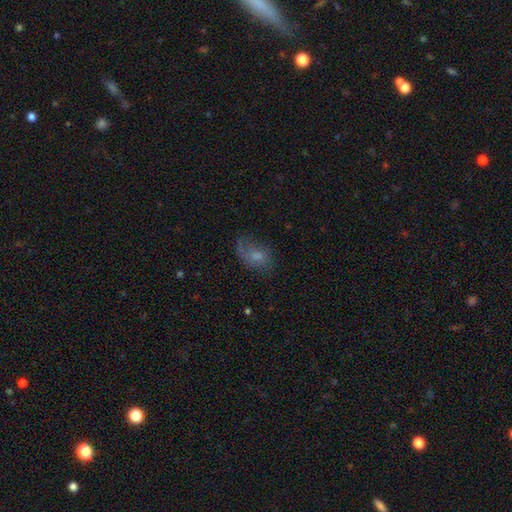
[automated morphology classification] smooth-or-featured: smooth: 51% | featured or disk: 37% | star or artifact: 12%
  how-rounded: in between: 79% | round: 19% | cigar-shaped: 2%
  merging: none: 49% | minor disturbance: 27% | major disturbance: 22% | merger: 2%